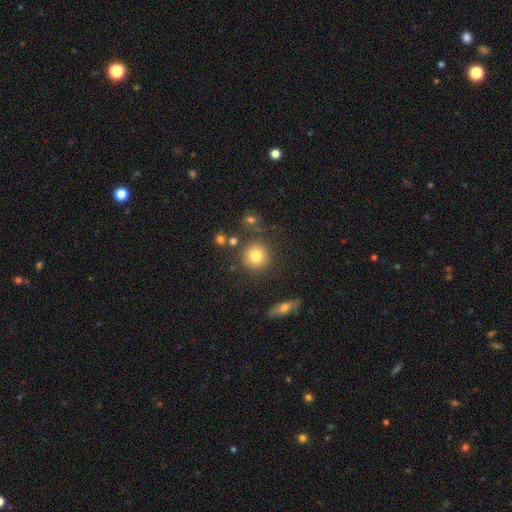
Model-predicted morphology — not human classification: smooth-or-featured: smooth: 79% | star or artifact: 11% | featured or disk: 10%
  how-rounded: round: 92% | in between: 7% | cigar-shaped: 1%
  merging: none: 81% | minor disturbance: 9% | merger: 6% | major disturbance: 4%